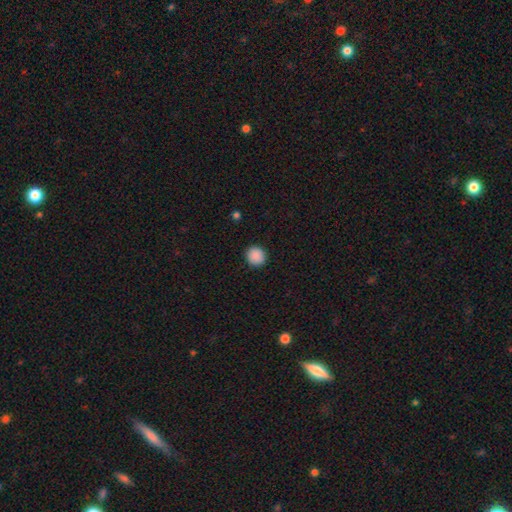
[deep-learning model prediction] Overall: smooth (89%). How rounded: round (87%). Merging: none (91%).